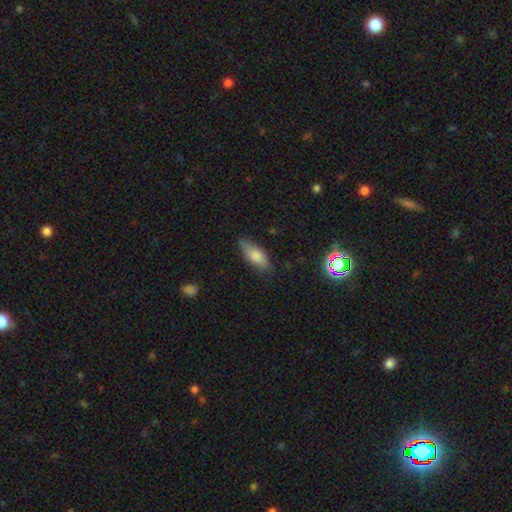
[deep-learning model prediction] This is likely a smooth galaxy (74%). How rounded: likely in between (73%). Merging: likely none (74%).